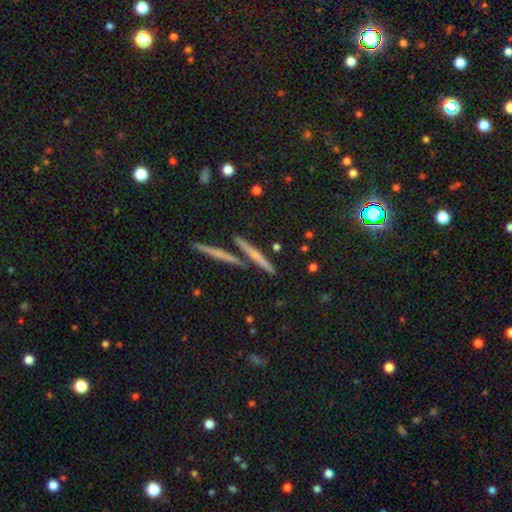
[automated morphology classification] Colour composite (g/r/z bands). It shows a featured or disk galaxy (43%). Merging: none (78%).